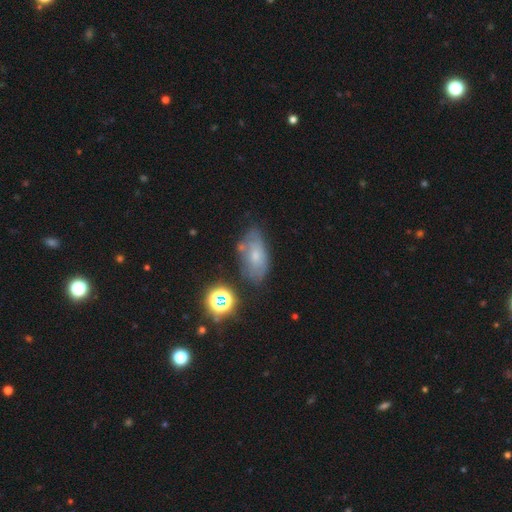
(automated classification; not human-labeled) Smooth or featured? smooth (52%)
How rounded? in between (89%)
Merging? none (60%)